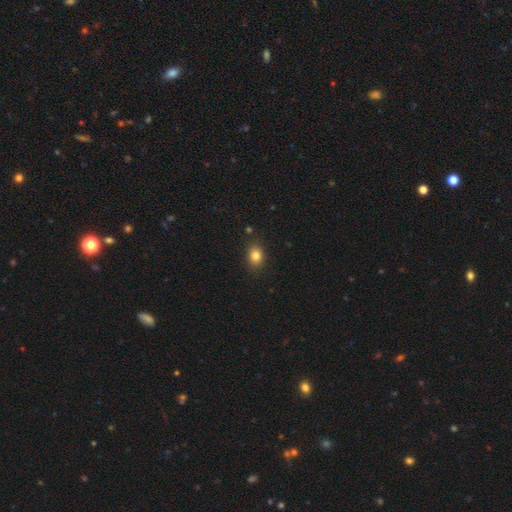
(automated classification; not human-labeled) A smooth galaxy with no disk features (81%) that is in between round and cigar-shaped (58%). Merging: none (86%).